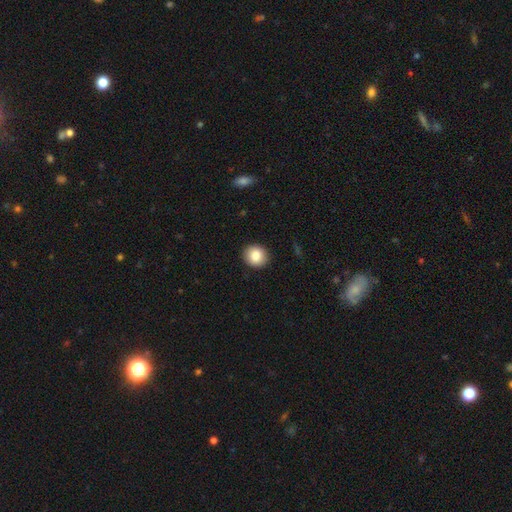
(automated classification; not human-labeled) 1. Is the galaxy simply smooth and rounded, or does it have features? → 85% smooth, 8% star or artifact, 7% featured or disk.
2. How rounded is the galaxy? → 84% round, 15% in between, 1% cigar-shaped.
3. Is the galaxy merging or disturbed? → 91% none, 6% minor disturbance, 2% major disturbance, 1% merger.